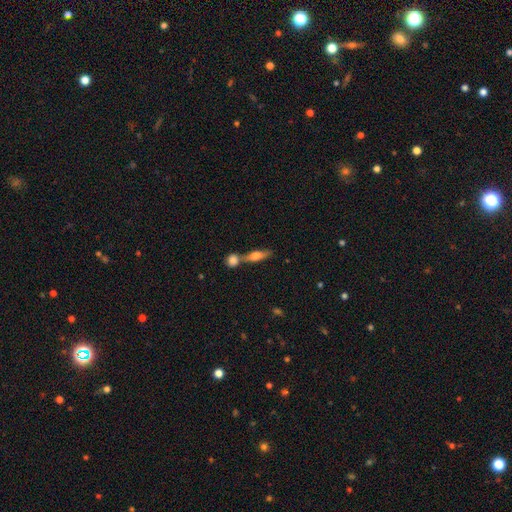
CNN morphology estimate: Smooth or featured? smooth (54%)
How rounded? cigar-shaped (57%)
Merging? none (51%)